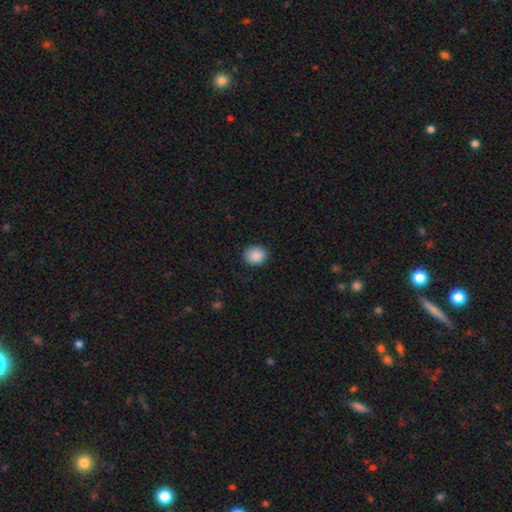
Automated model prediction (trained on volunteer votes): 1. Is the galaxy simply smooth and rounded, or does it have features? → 89% smooth, 8% star or artifact, 3% featured or disk.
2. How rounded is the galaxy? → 66% round, 33% in between, 1% cigar-shaped.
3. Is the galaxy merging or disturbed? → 87% none, 10% minor disturbance, 2% major disturbance, 1% merger.